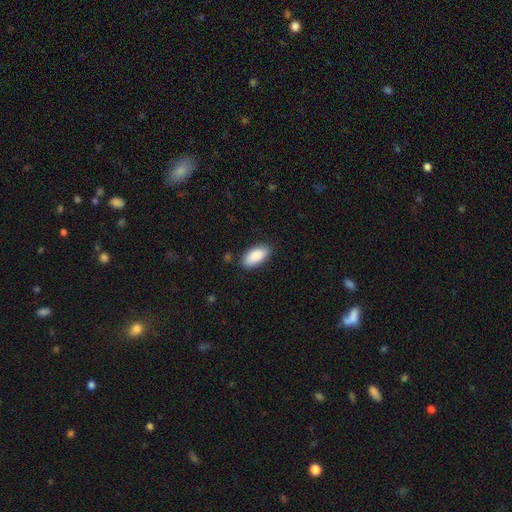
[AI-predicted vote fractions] The model was most divided on "merging": none: 84%, minor disturbance: 12%, major disturbance: 2%, merger: 1%. More confident: how rounded — in between (92%); smooth or featured — smooth (89%).